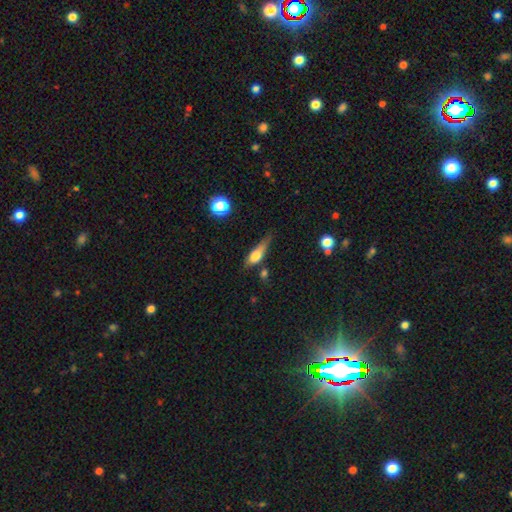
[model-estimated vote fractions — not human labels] smooth 64%, featured or disk 28%, star or artifact 9%. Down the decision tree: how rounded — in between (50%); merging — minor disturbance (38%, tied with none).